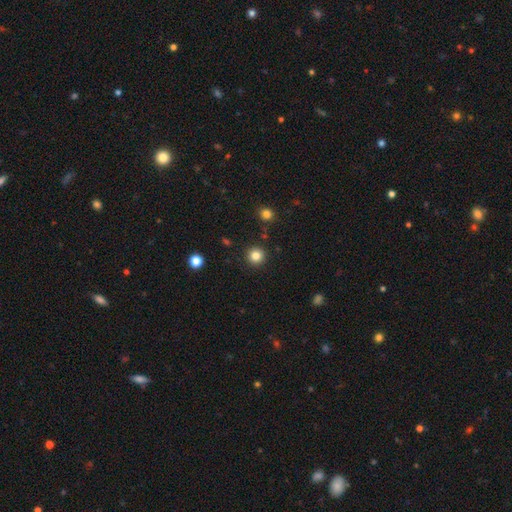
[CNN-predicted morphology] Smooth or featured? Predicted: smooth (p=0.83). How rounded? Predicted: round (p=0.95). Merging? Predicted: none (p=0.91).